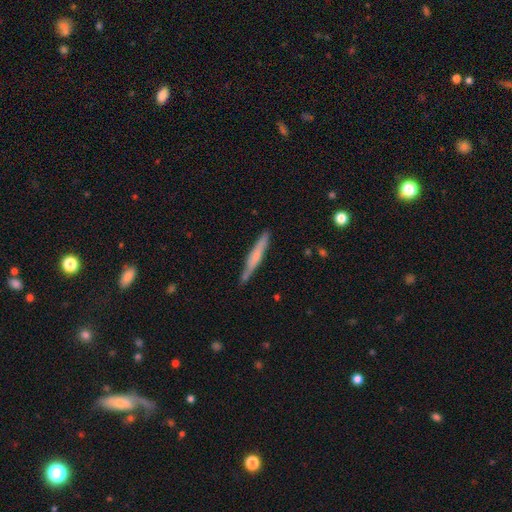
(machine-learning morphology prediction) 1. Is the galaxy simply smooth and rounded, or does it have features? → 48% smooth, 46% featured or disk, 6% star or artifact.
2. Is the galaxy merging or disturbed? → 81% none, 15% minor disturbance, 2% major disturbance, 2% merger.